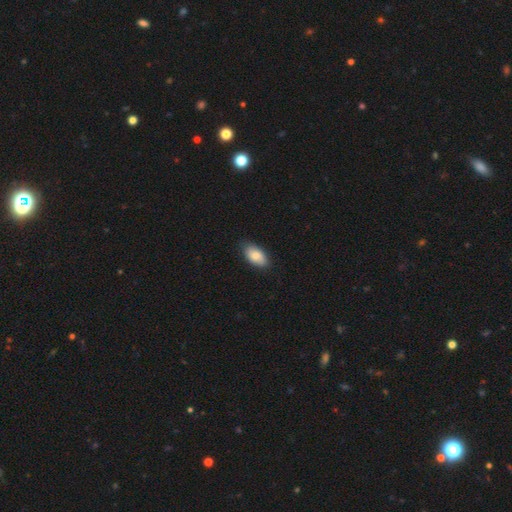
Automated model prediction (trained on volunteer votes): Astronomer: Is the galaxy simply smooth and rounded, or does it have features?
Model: smooth — 82%.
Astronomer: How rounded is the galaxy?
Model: in between — 94%.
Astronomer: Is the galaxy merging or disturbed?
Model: none — 85%.